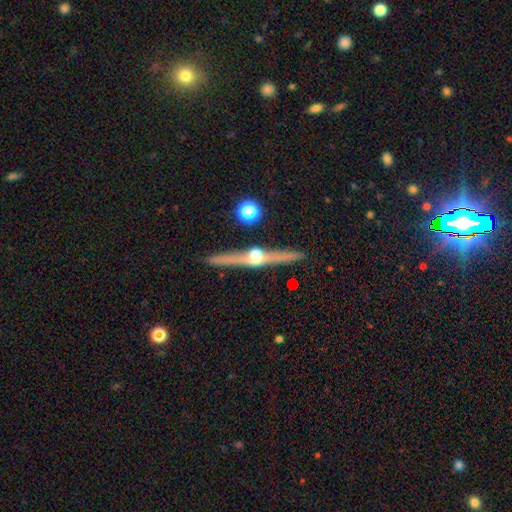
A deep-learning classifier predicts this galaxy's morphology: Smooth or featured? featured or disk (85%)
Edge-on disk? yes (98%)
Edge-on bulge? rounded (96%)
Merging? none (90%)